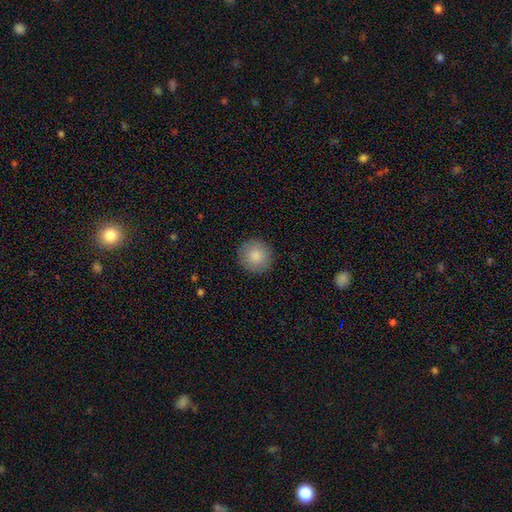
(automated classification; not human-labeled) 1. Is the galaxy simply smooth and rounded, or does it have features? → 86% smooth, 8% star or artifact, 6% featured or disk.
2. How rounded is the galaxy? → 94% round, 5% in between, 1% cigar-shaped.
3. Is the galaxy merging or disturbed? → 90% none, 7% minor disturbance, 2% major disturbance, 1% merger.